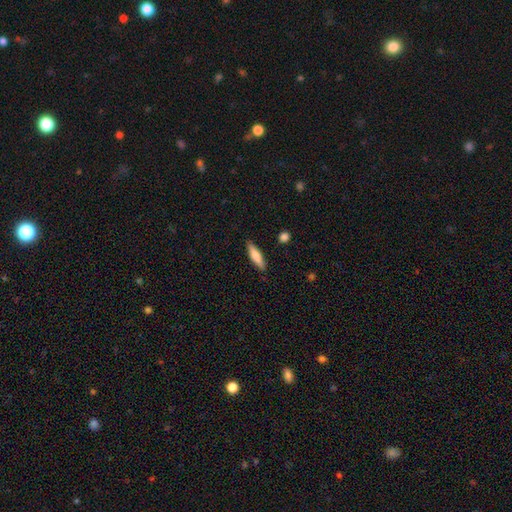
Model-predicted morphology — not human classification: Smooth or featured? Predicted: smooth (p=0.74). How rounded? Predicted: cigar-shaped (p=0.71). Merging? Predicted: none (p=0.88).